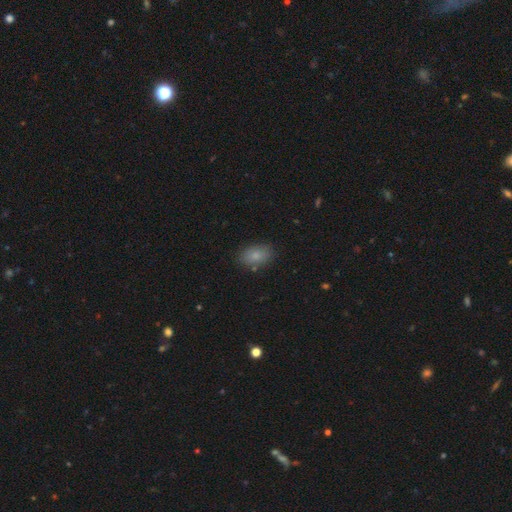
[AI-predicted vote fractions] smooth-or-featured: smooth: 82% | featured or disk: 9% | star or artifact: 9%
  how-rounded: in between: 89% | round: 9% | cigar-shaped: 2%
  merging: none: 82% | minor disturbance: 12% | major disturbance: 3% | merger: 2%